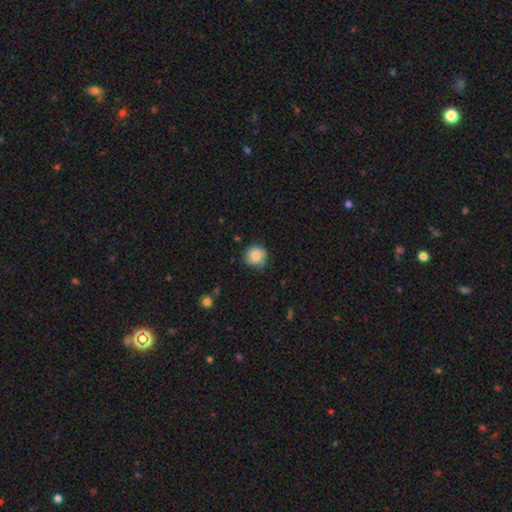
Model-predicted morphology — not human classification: Q: Smooth or featured?
A: smooth (80%); runner-up: featured or disk (12%)
Q: How rounded?
A: round (90%); runner-up: in between (9%)
Q: Merging?
A: none (72%); runner-up: minor disturbance (22%)